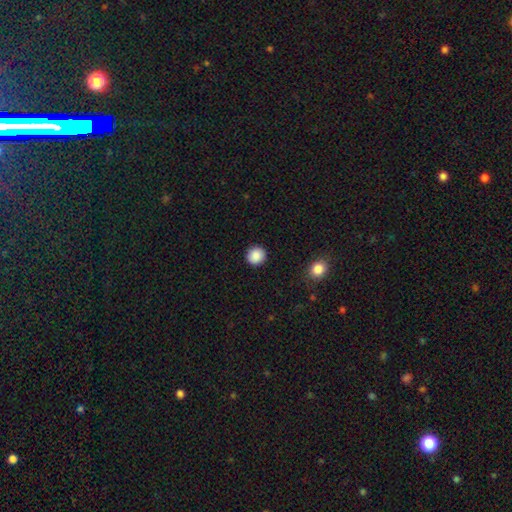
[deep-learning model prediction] smooth 89%, star or artifact 8%, featured or disk 3%. Down the decision tree: how rounded — round (93%); merging — none (92%).